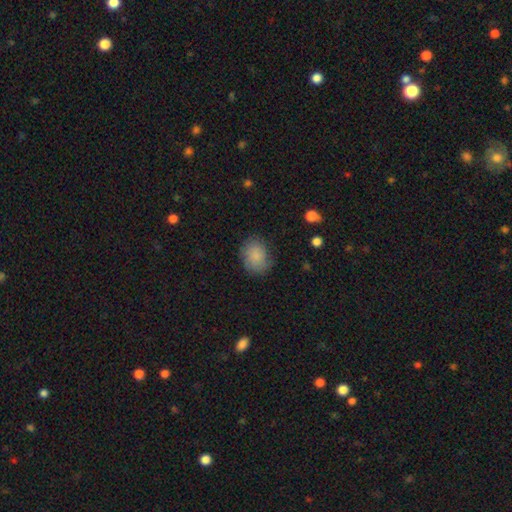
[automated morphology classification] The model was most divided on "how rounded": in between: 50%, round: 49%, cigar-shaped: 1%. More confident: smooth or featured — smooth (83%); merging — none (74%).